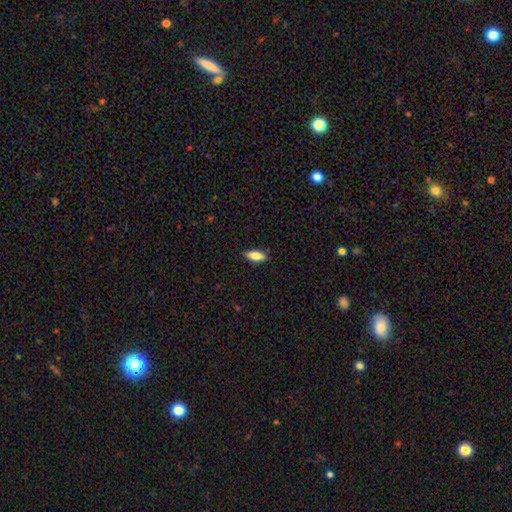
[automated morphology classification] Smooth or featured?
  - smooth: 79% *
  - featured or disk: 14%
  - star or artifact: 7%
How rounded?
  - in between: 76% *
  - cigar-shaped: 21%
  - round: 2%
Merging?
  - none: 87% *
  - minor disturbance: 10%
  - major disturbance: 2%
  - merger: 1%